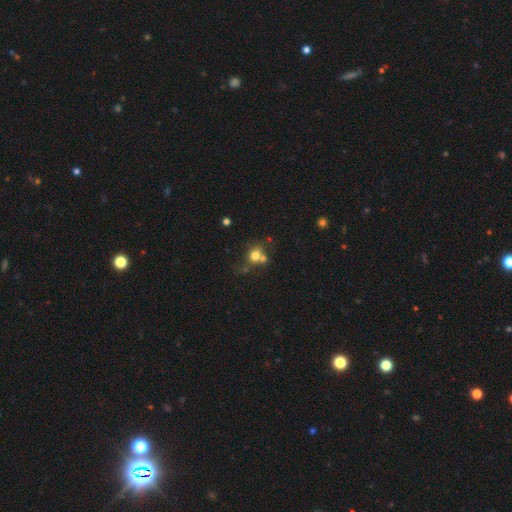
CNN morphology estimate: smooth 74%, star or artifact 14%, featured or disk 12%. Down the decision tree: how rounded — round (76%); merging — none (48%).